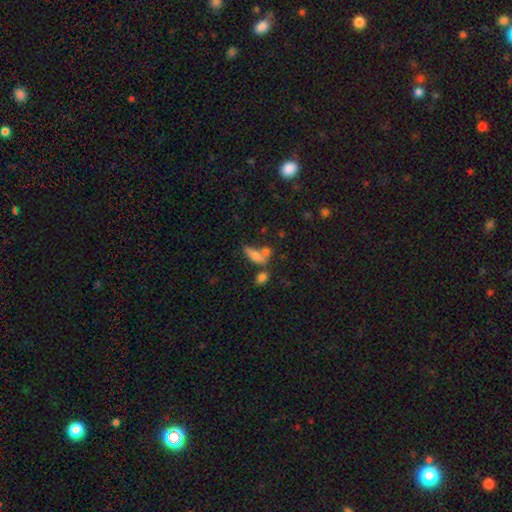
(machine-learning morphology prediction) Smooth or featured? Predicted: smooth (p=0.72). How rounded? Predicted: in between (p=0.59). Merging? Predicted: none (p=0.44).